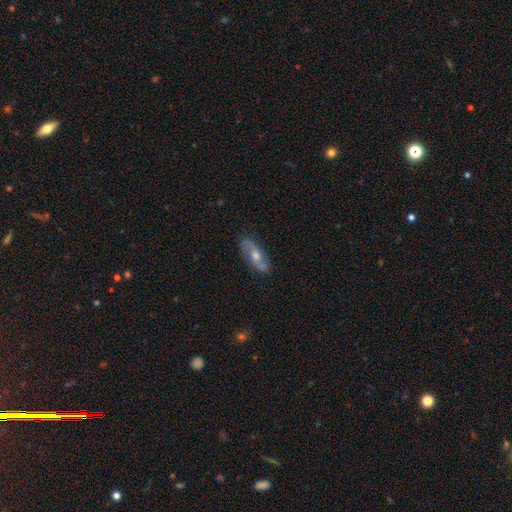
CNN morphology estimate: Smooth or featured? featured or disk (68%)
Edge-on disk? no (82%)
Bar? no (57%)
Spiral arms? yes (85%)
Bulge size? moderate (71%)
Merging? none (82%)